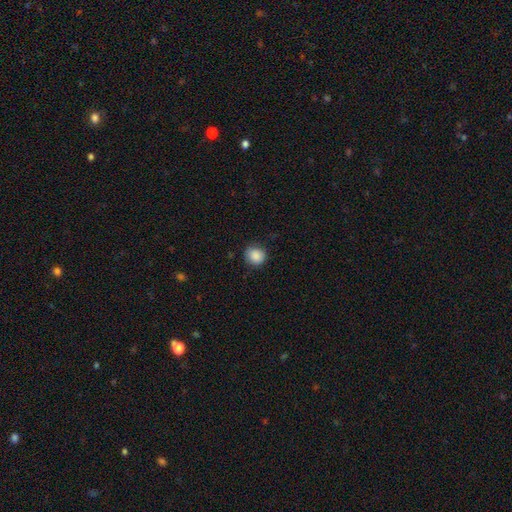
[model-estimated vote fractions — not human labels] The model was most divided on "merging": none: 85%, minor disturbance: 12%, major disturbance: 3%, merger: 1%. More confident: how rounded — round (89%); smooth or featured — smooth (88%).